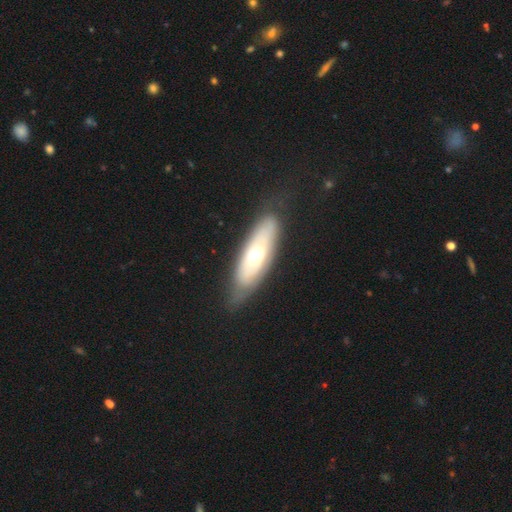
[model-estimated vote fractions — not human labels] Overall: featured or disk (54%; smooth 40%). Edge-on disk: no (67%; yes 33%). Merging: none (74%).